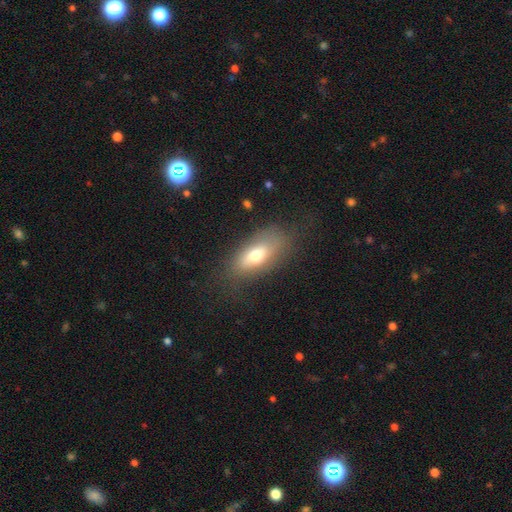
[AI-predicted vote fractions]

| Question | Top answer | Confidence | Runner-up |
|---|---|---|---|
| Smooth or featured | smooth | 67% | featured or disk (24%) |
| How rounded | in between | 83% | cigar-shaped (12%) |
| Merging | none | 69% | minor disturbance (19%) |